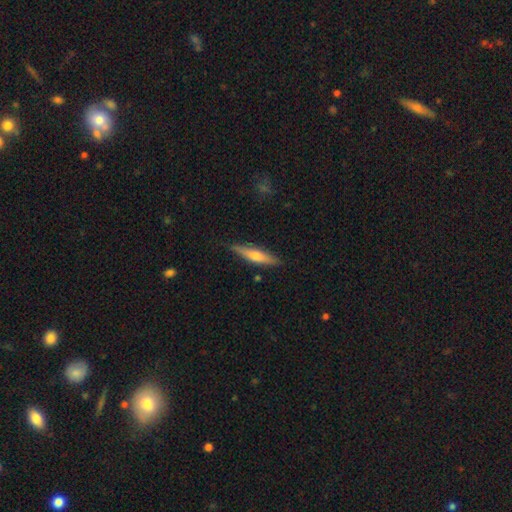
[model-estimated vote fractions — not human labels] Smooth or featured?
  - featured or disk: 47% * (tied)
  - smooth: 47% * (tied)
  - star or artifact: 6%
Merging?
  - none: 87% *
  - minor disturbance: 10%
  - major disturbance: 2%
  - merger: 1%